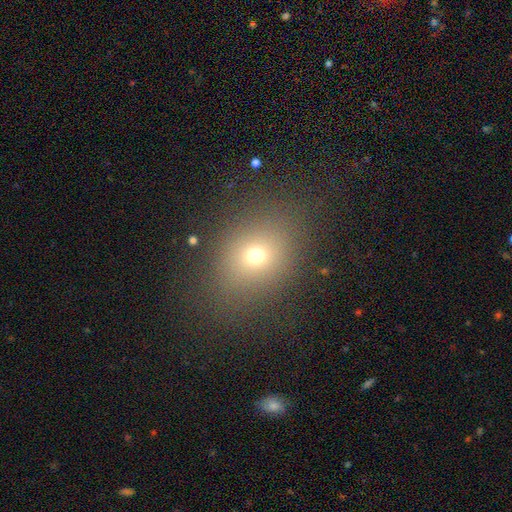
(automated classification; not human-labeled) A smooth galaxy with no disk features (68%) that is round (58%).

Vote fractions:
- Smooth or featured? smooth: 68% / star or artifact: 20% / featured or disk: 11%
- How rounded? round: 58% / in between: 41% / cigar-shaped: 1%
- Merging? none: 82% / minor disturbance: 10% / major disturbance: 6% / merger: 2%